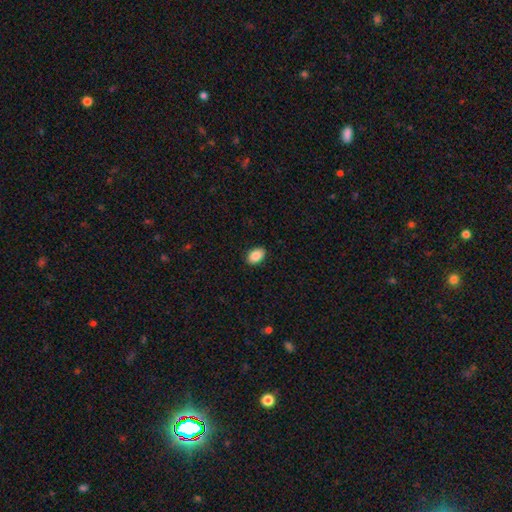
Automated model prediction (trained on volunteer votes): A smooth galaxy with no disk features (88%) that is in between round and cigar-shaped (87%).

Vote fractions:
- Smooth or featured? smooth: 88% / star or artifact: 7% / featured or disk: 5%
- How rounded? in between: 87% / round: 12% / cigar-shaped: 1%
- Merging? none: 89% / minor disturbance: 8% / major disturbance: 2% / merger: 1%